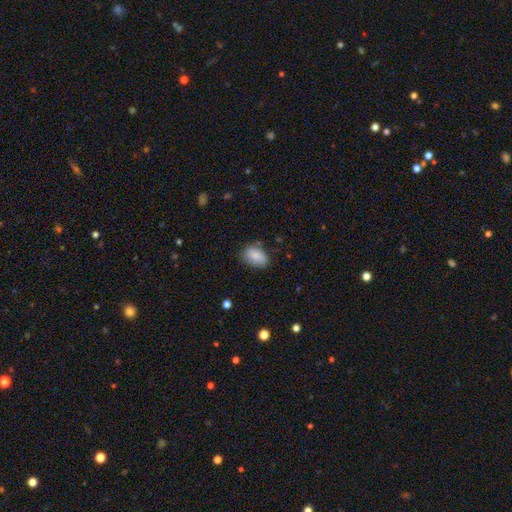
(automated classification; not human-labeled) This is clearly a smooth galaxy (86%). How rounded: clearly in between (86%). Merging: likely none (70%).